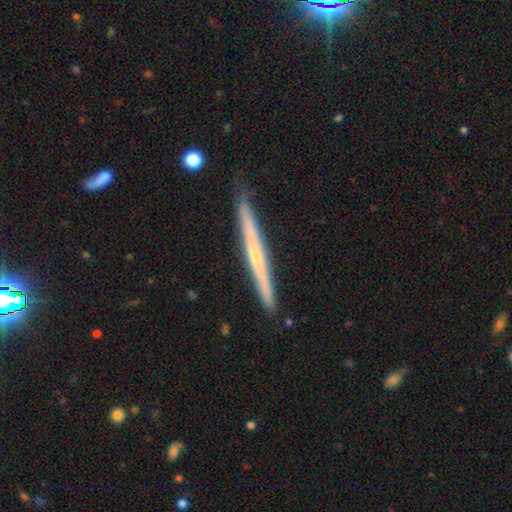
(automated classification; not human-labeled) featured or disk 63%, smooth 31%, star or artifact 6%. Down the decision tree: edge-on disk — yes (97%); edge-on bulge — none (53%); merging — none (87%).